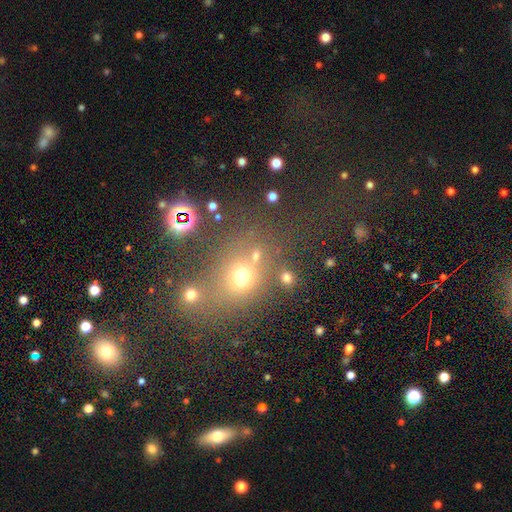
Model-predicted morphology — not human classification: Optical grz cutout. It shows a smooth galaxy with no disk features (63%) that is round (72%). Merging: none (54%).